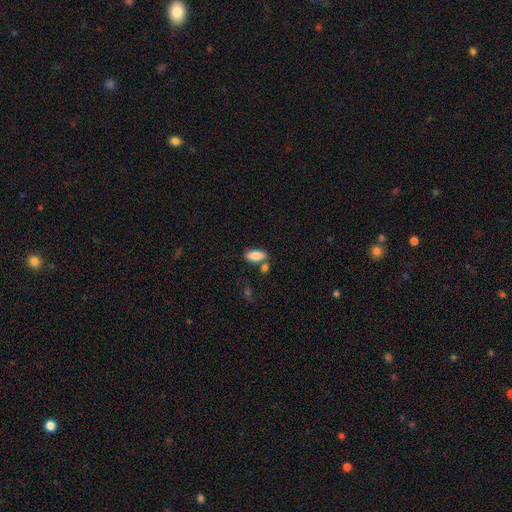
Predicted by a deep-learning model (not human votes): Smooth or featured: smooth — 84% (featured or disk — 9%)
How rounded: in between — 88% (cigar-shaped — 9%)
Merging: none — 69% (merger — 15%)